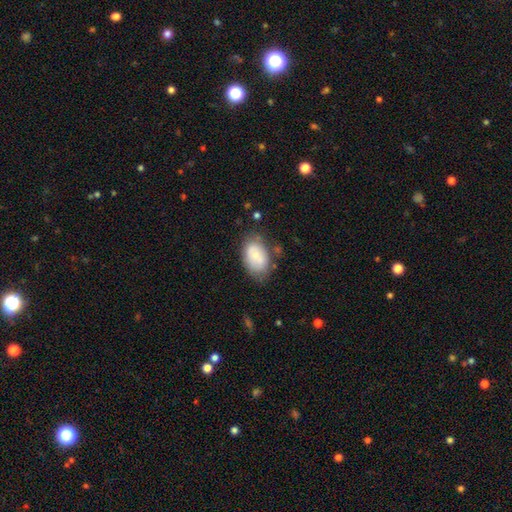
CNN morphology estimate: A smooth galaxy with no disk features (67%) that is in between round and cigar-shaped (88%).

Vote fractions:
- Smooth or featured? smooth: 67% / featured or disk: 26% / star or artifact: 7%
- How rounded? in between: 88% / round: 11% / cigar-shaped: 1%
- Merging? none: 65% / minor disturbance: 24% / major disturbance: 7% / merger: 4%